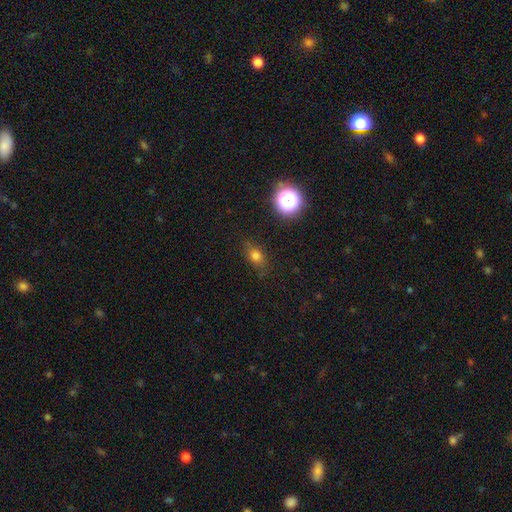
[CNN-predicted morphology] Smooth or featured: smooth — 72% (star or artifact — 18%)
How rounded: in between — 62% (round — 34%)
Merging: none — 77% (minor disturbance — 17%)